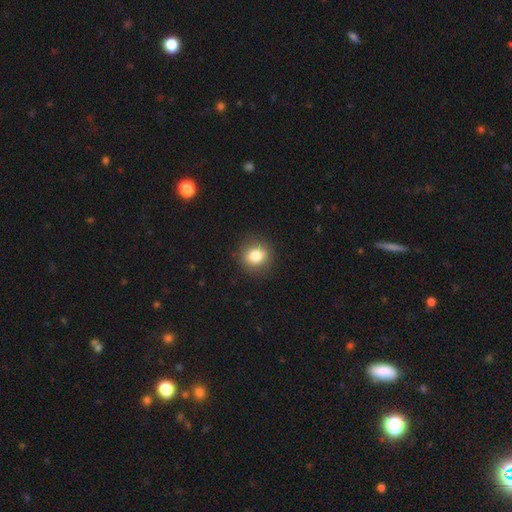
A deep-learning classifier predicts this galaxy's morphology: The model was most divided on "how rounded": round: 81%, in between: 18%, cigar-shaped: 1%. More confident: merging — none (88%); smooth or featured — smooth (82%).